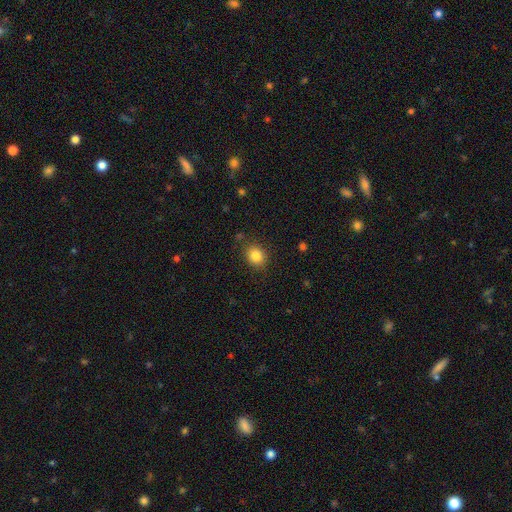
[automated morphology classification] type=smooth (84%); roundness=round (68%); merging=none (84%).